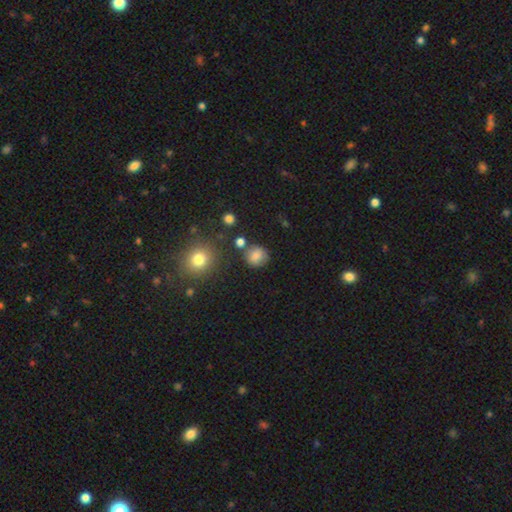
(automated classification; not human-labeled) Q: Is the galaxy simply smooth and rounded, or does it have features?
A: smooth — 79%.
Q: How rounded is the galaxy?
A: round — 85%.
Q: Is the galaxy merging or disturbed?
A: none — 77%.